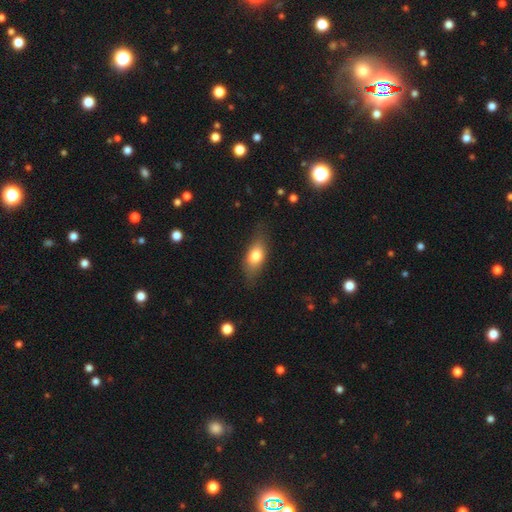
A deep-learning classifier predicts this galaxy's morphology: This is likely a smooth galaxy (74%). How rounded: likely in between (79%). Merging: likely none (76%).